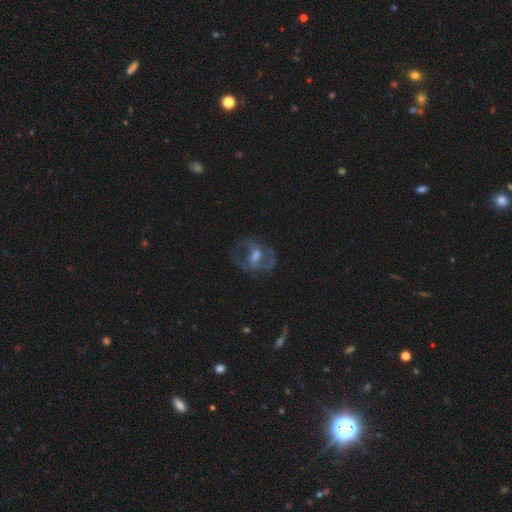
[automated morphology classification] Smooth or featured? featured or disk (67%)
Edge-on disk? no (95%)
Bar? weak (40%, tied with no)
Spiral arms? yes (59%)
Bulge size? moderate (53%)
Merging? none (62%)